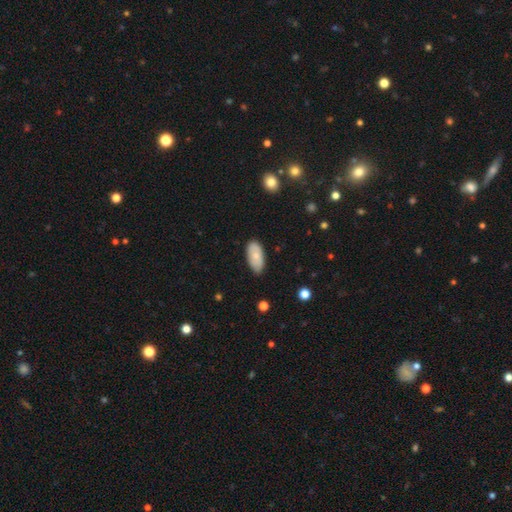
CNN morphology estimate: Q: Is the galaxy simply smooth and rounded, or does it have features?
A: smooth — 71%.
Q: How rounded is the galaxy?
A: in between — 92%.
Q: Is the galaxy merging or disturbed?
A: none — 76%.